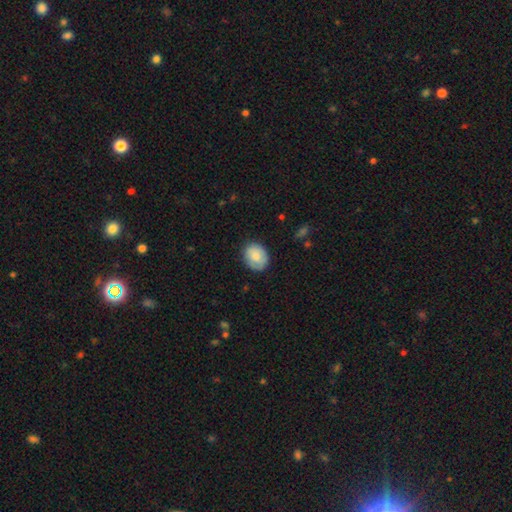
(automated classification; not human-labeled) Smooth or featured? Predicted: smooth (p=0.79). How rounded? Predicted: round (p=0.55). Merging? Predicted: none (p=0.79).